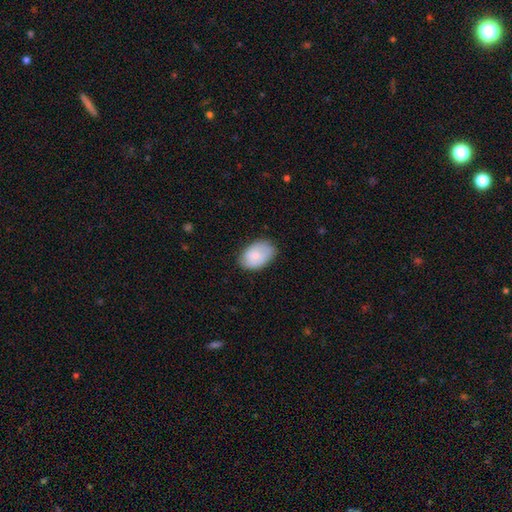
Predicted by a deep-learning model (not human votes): Smooth or featured?
  - smooth: 81% *
  - featured or disk: 13%
  - star or artifact: 6%
How rounded?
  - in between: 90% *
  - round: 9%
  - cigar-shaped: 1%
Merging?
  - none: 74% *
  - minor disturbance: 21%
  - major disturbance: 4%
  - merger: 1%